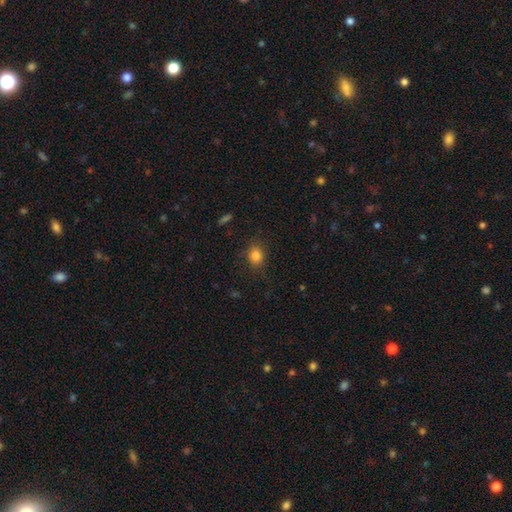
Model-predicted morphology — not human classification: type=smooth (83%); roundness=round (64%); merging=none (81%).